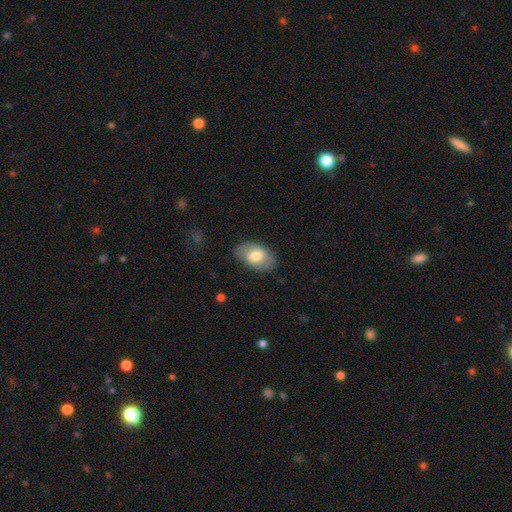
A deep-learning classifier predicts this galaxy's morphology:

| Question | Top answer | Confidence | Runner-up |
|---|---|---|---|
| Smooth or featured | smooth | 74% | featured or disk (19%) |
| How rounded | in between | 92% | round (7%) |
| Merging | none | 79% | minor disturbance (16%) |